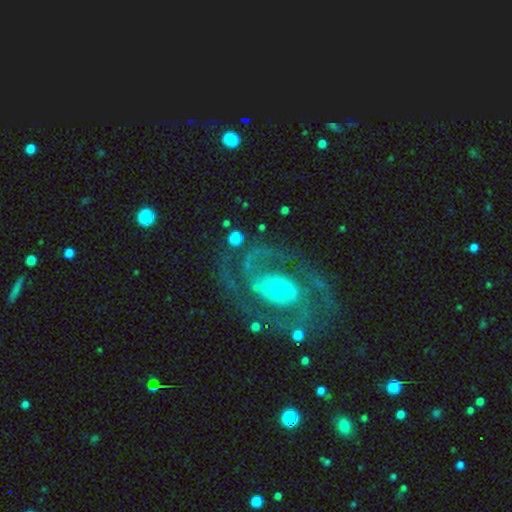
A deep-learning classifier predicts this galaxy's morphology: A featured or disk galaxy (91%) with no bar (58%), 2 (76%) tight (47%) spiral arms (97%) and a moderate central bulge (56%). Merging: none (76%).